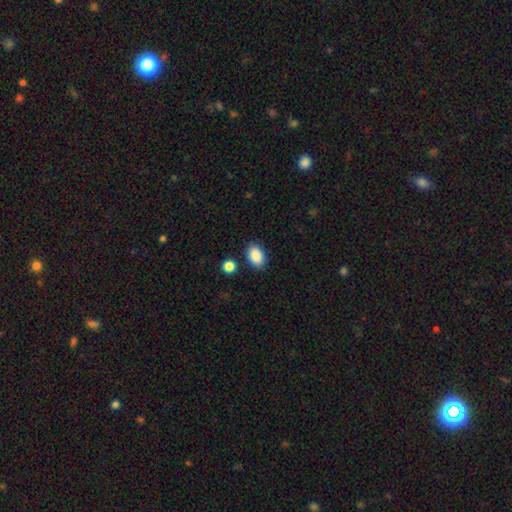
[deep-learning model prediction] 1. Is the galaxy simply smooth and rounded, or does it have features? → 89% smooth, 7% star or artifact, 4% featured or disk.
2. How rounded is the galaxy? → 88% in between, 11% round, 1% cigar-shaped.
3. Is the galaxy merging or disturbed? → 85% none, 10% minor disturbance, 3% merger, 2% major disturbance.